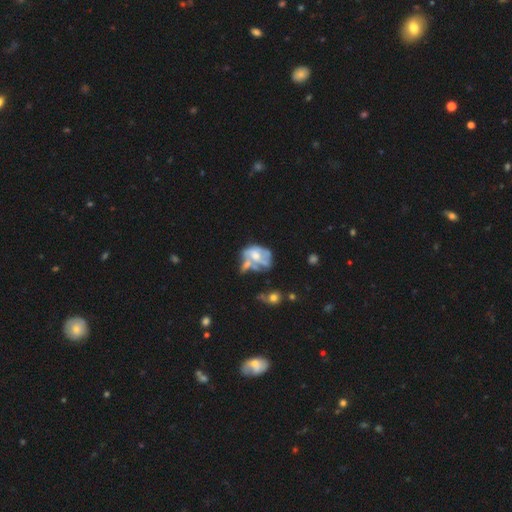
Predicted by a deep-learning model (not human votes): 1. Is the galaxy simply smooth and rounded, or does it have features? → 58% featured or disk, 32% smooth, 10% star or artifact.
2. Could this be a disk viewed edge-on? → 97% no, 3% yes.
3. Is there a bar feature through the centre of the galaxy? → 79% no, 17% weak, 4% strong.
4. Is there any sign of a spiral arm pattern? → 72% no, 28% yes.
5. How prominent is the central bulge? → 54% moderate, 22% small, 12% none, 10% large, 2% dominant.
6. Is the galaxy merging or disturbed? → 37% merger, 25% major disturbance, 21% none, 17% minor disturbance.